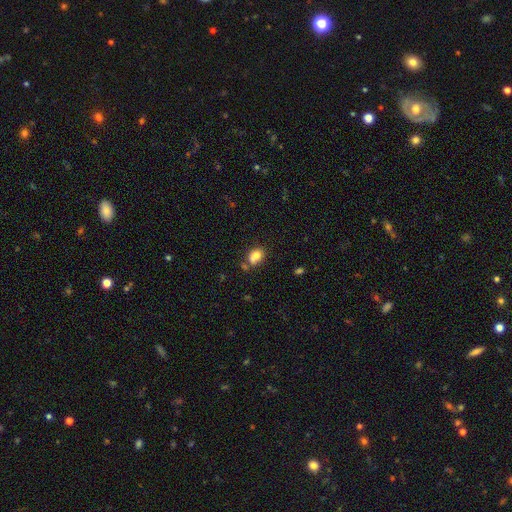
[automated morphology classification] A smooth galaxy with no disk features (75%) that is in between round and cigar-shaped (58%). Merging: none (44%).